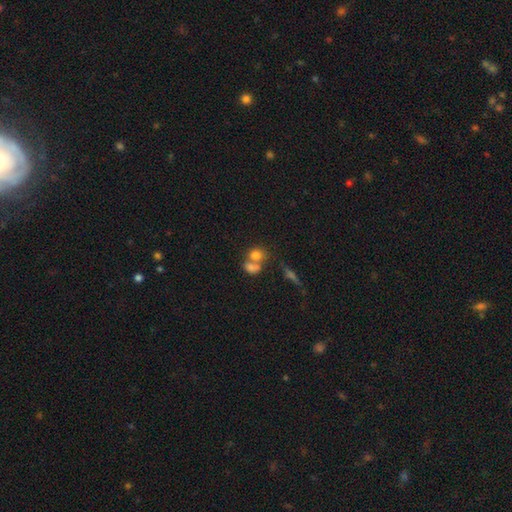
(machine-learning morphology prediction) A smooth galaxy with no disk features (75%) that is in between round and cigar-shaped (51%). Merging: merger (55%).